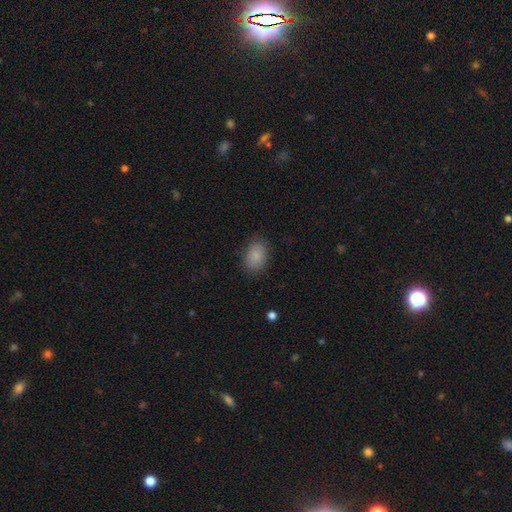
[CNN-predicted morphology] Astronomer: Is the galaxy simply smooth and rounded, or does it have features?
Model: smooth — 86%.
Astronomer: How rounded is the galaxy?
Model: in between — 79%.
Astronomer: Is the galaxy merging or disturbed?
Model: none — 84%.